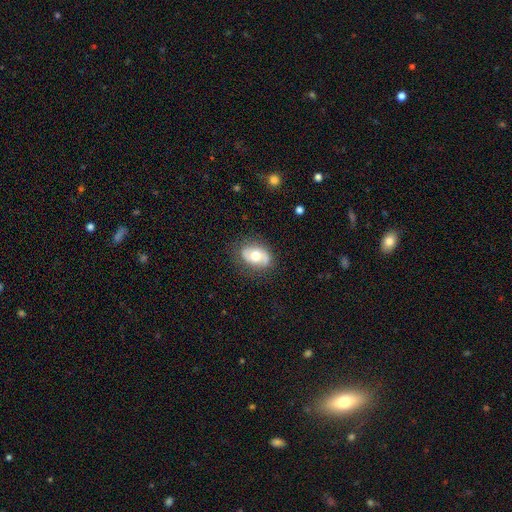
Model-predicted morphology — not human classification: This appears to be a featured or disk galaxy (50%). Merging: none (76%).